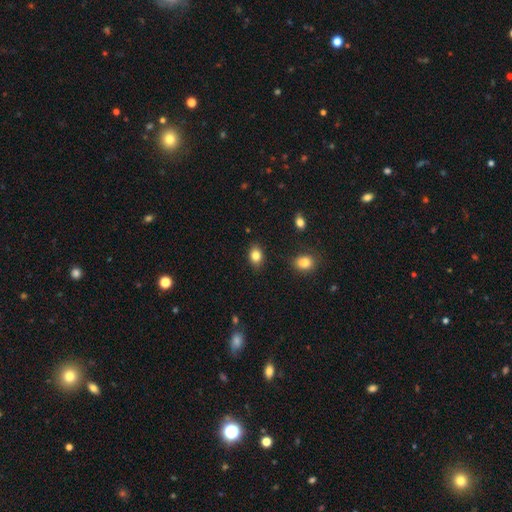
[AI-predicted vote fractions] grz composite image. It shows a smooth galaxy with no disk features (84%) that is in between round and cigar-shaped (70%). Merging: none (87%).